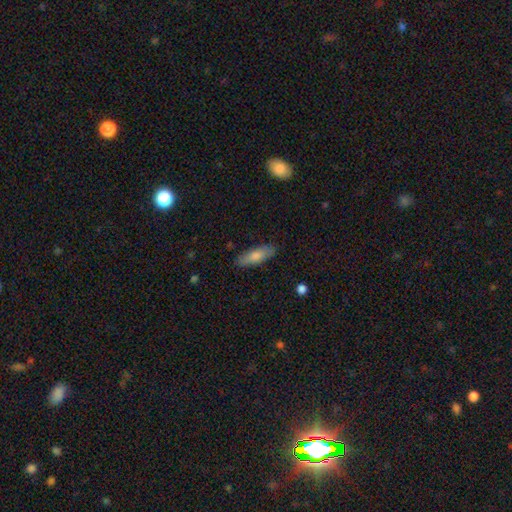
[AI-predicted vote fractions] A smooth galaxy with no disk features (73%) that is cigar-shaped (53%).

Vote fractions:
- Smooth or featured? smooth: 73% / featured or disk: 21% / star or artifact: 7%
- How rounded? cigar-shaped: 53% / in between: 45% / round: 2%
- Merging? none: 87% / minor disturbance: 10% / major disturbance: 2% / merger: 1%